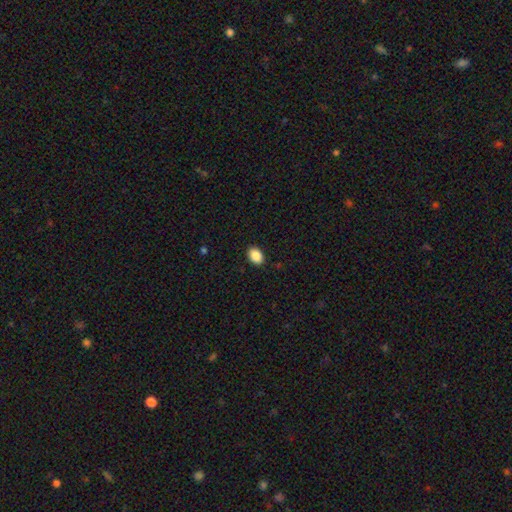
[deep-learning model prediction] smooth 89%, star or artifact 8%, featured or disk 3%. Down the decision tree: how rounded — in between (80%); merging — none (90%).